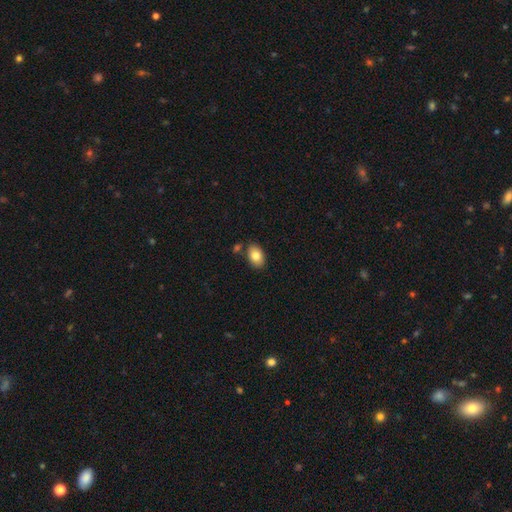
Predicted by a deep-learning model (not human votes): smooth-or-featured: smooth: 82% | featured or disk: 11% | star or artifact: 8%
  how-rounded: in between: 88% | round: 11% | cigar-shaped: 1%
  merging: none: 81% | minor disturbance: 10% | merger: 6% | major disturbance: 2%